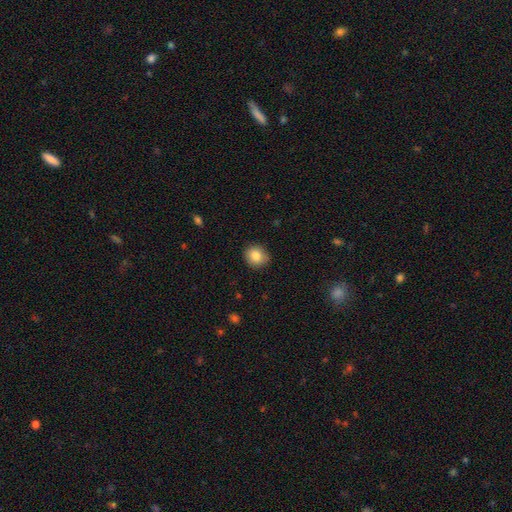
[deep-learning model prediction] The model was most divided on "how rounded": round: 78%, in between: 21%, cigar-shaped: 1%. More confident: merging — none (88%); smooth or featured — smooth (85%).